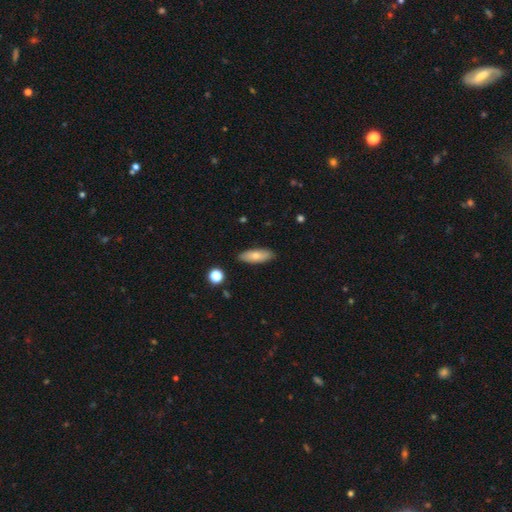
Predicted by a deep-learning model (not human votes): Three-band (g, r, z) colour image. It shows a smooth galaxy with no disk features (74%) that is in between round and cigar-shaped (67%). Merging: none (88%).